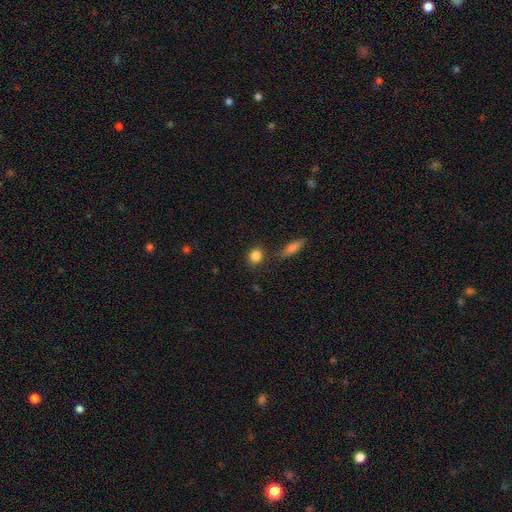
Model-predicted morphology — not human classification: smooth_or_featured: smooth (p=0.85) [alt: star or artifact p=0.10]
how_rounded: round (p=0.76) [alt: in between p=0.21]
merging: none (p=0.78) [alt: minor disturbance p=0.12]